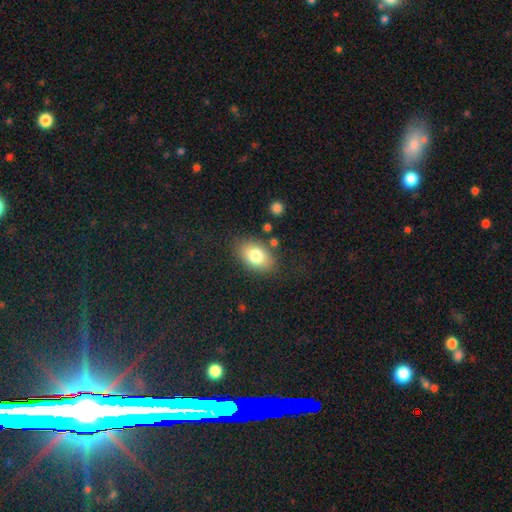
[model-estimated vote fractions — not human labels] The model was most divided on "smooth or featured": smooth: 79%, featured or disk: 13%, star or artifact: 8%. More confident: how rounded — in between (86%); merging — none (81%).